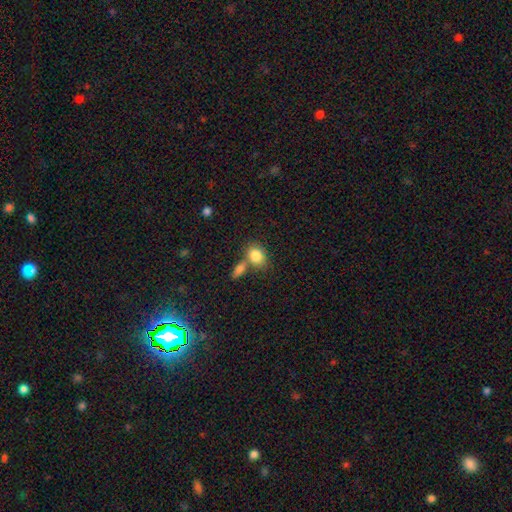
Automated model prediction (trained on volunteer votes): Q: Smooth or featured?
A: smooth (84%); runner-up: featured or disk (8%)
Q: How rounded?
A: in between (69%); runner-up: round (29%)
Q: Merging?
A: none (48%); runner-up: merger (37%)